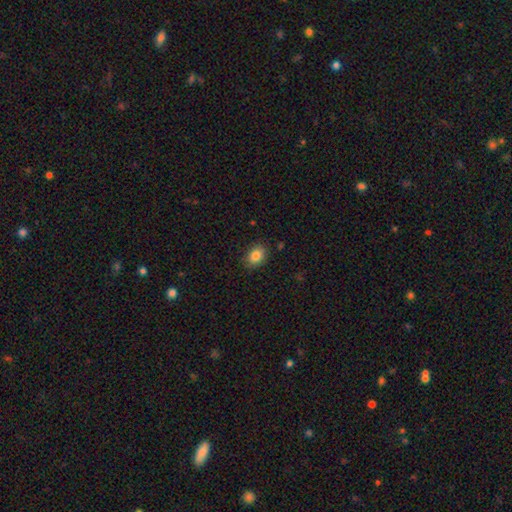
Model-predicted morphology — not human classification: The model was most divided on "how rounded": in between: 73%, round: 26%, cigar-shaped: 1%. More confident: smooth or featured — smooth (85%); merging — none (85%).